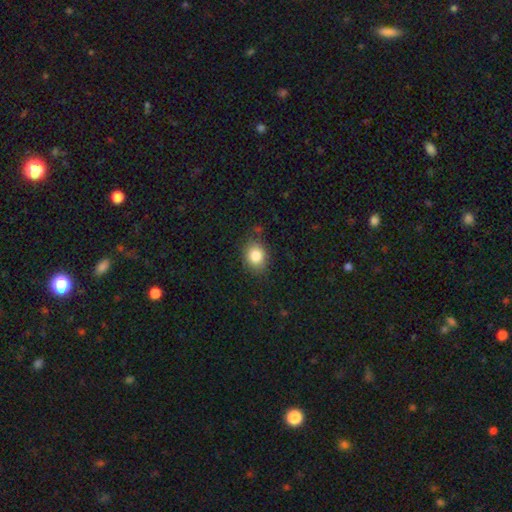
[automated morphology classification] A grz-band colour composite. It shows a smooth galaxy with no disk features (83%) that is in between round and cigar-shaped (53%). Merging: none (81%).